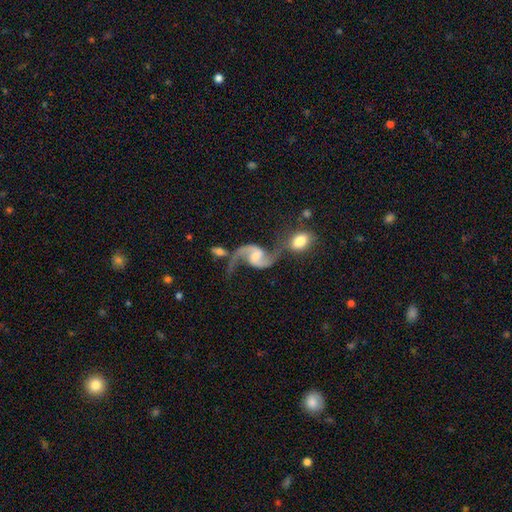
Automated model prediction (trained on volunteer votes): A featured or disk galaxy (91%) with a weak bar (46%), 2 (94%) loose (72%) spiral arms (97%) and a small central bulge (46%).

Vote fractions:
- Smooth or featured? featured or disk: 91% / star or artifact: 4% / smooth: 4%
- Edge-on disk? no: 98% / yes: 2%
- Bar? weak: 46% / no: 37% / strong: 17%
- Spiral arms? yes: 97% / no: 3%
- Spiral winding? loose: 72% / medium: 24% / tight: 4%
- Spiral arm count? 2: 94% / 1: 2% / can't tell: 1% / 3: 1% / 4: 1% / more than 4: 1%
- Bulge size? small: 46% / moderate: 34% / none: 13% / large: 5% / dominant: 2%
- Merging? none: 47% / merger: 29% / minor disturbance: 14% / major disturbance: 10%